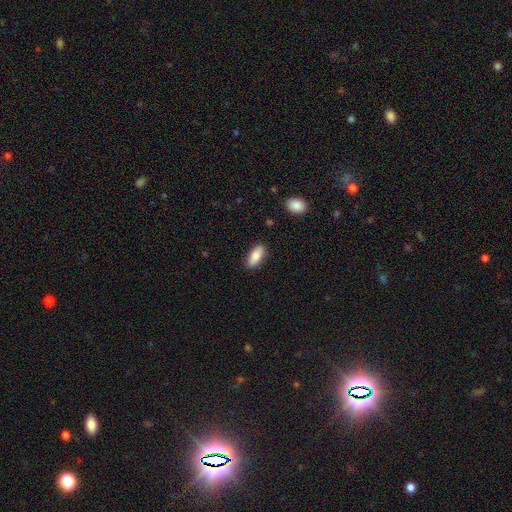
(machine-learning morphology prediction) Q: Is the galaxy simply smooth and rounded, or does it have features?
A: smooth — 83%.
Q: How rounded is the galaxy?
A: in between — 84%.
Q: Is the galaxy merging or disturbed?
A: none — 87%.